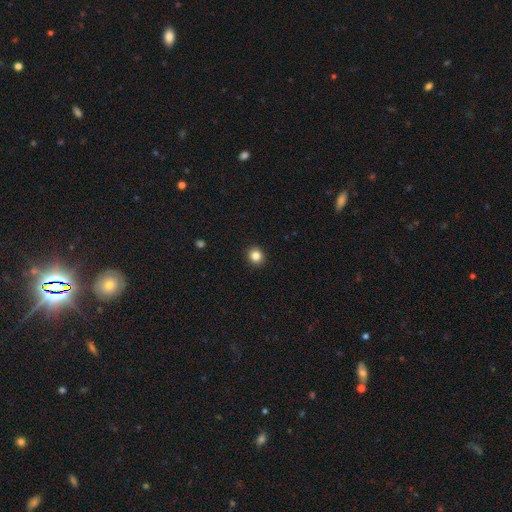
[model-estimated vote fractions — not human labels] Smooth or featured?
  - smooth: 84% *
  - star or artifact: 11%
  - featured or disk: 5%
How rounded?
  - round: 88% *
  - in between: 11%
  - cigar-shaped: 1%
Merging?
  - none: 93% *
  - minor disturbance: 5%
  - major disturbance: 2%
  - merger: 1%